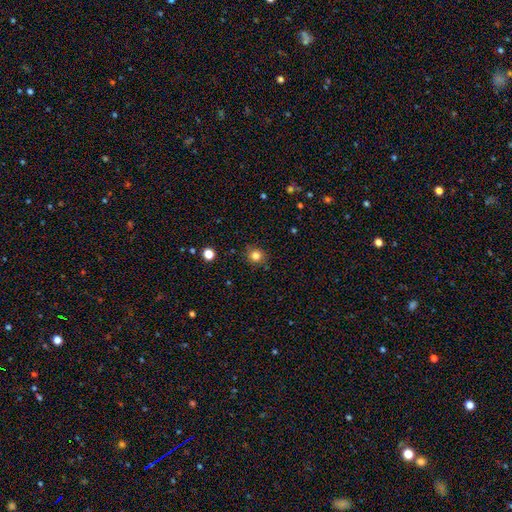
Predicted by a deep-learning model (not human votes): Overall: smooth (82%). How rounded: round (88%). Merging: none (87%).